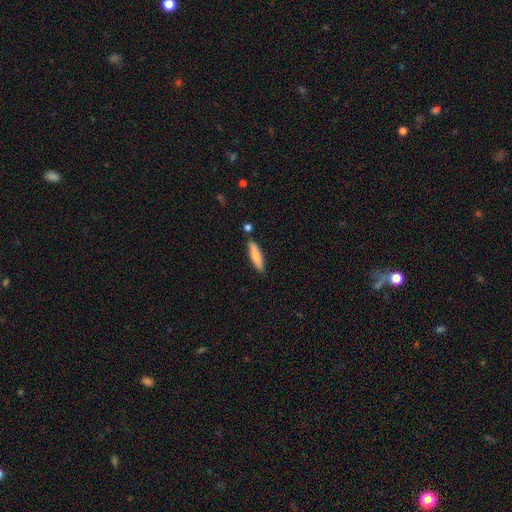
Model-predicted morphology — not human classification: type=smooth (80%); roundness=cigar-shaped (75%); merging=none (81%).